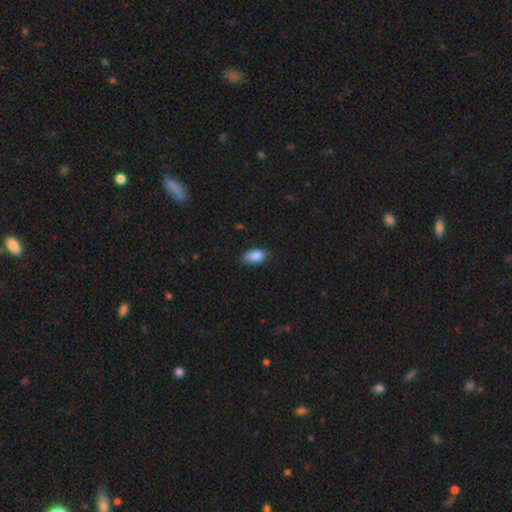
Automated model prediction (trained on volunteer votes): Smooth or featured: smooth — 88% (star or artifact — 8%)
How rounded: in between — 90% (round — 5%)
Merging: none — 70% (minor disturbance — 24%)